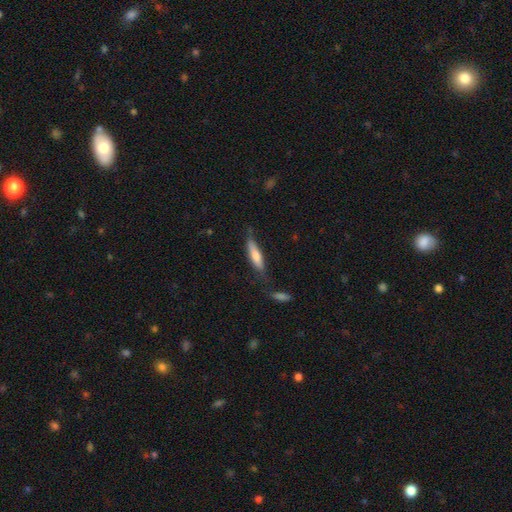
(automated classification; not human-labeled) Smooth or featured? Predicted: smooth (p=0.68). How rounded? Predicted: cigar-shaped (p=0.76). Merging? Predicted: none (p=0.64).